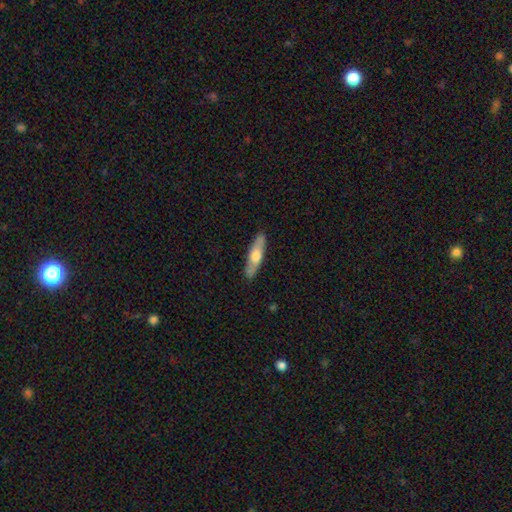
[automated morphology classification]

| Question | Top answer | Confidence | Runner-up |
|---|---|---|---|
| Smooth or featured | smooth | 56% | featured or disk (39%) |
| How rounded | cigar-shaped | 74% | in between (25%) |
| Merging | none | 88% | minor disturbance (9%) |